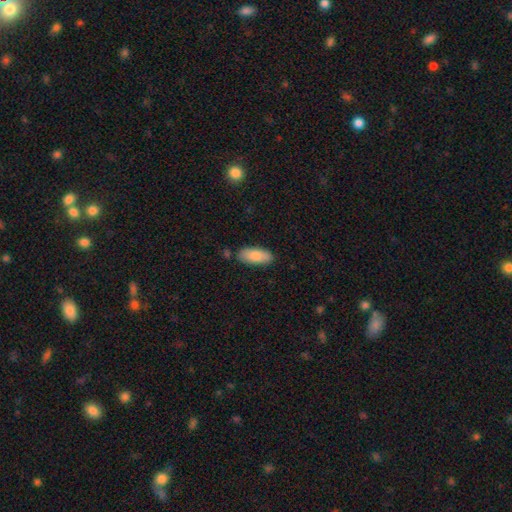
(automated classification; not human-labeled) smooth_or_featured: smooth (p=0.85) [alt: featured or disk p=0.09]
how_rounded: in between (p=0.83) [alt: cigar-shaped p=0.15]
merging: none (p=0.81) [alt: minor disturbance p=0.13]